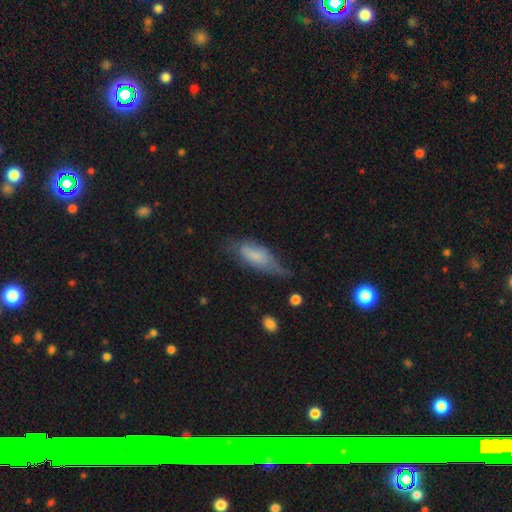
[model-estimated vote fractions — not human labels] A smooth galaxy with no disk features (64%) that is in between round and cigar-shaped (67%).

Vote fractions:
- Smooth or featured? smooth: 64% / featured or disk: 28% / star or artifact: 7%
- How rounded? in between: 67% / cigar-shaped: 31% / round: 2%
- Merging? minor disturbance: 39% / none: 35% / major disturbance: 23% / merger: 3%